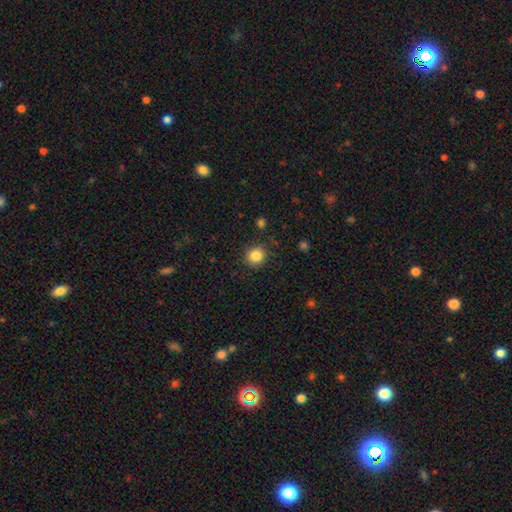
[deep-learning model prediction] Smooth or featured: smooth — 85% (star or artifact — 10%)
How rounded: round — 87% (in between — 12%)
Merging: none — 88% (minor disturbance — 8%)